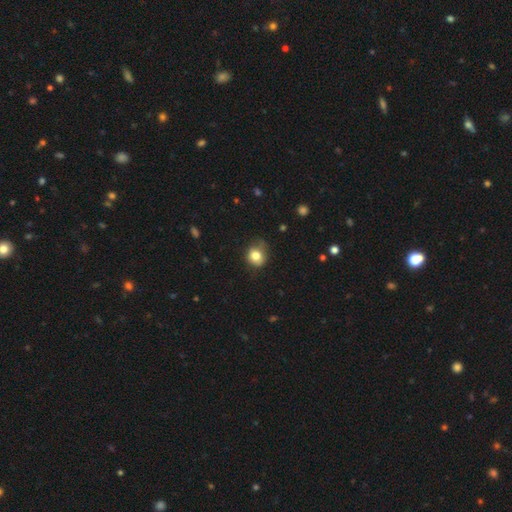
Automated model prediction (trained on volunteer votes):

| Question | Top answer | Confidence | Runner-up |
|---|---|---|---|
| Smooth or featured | smooth | 80% | featured or disk (10%) |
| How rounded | round | 71% | in between (28%) |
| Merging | none | 61% | minor disturbance (29%) |